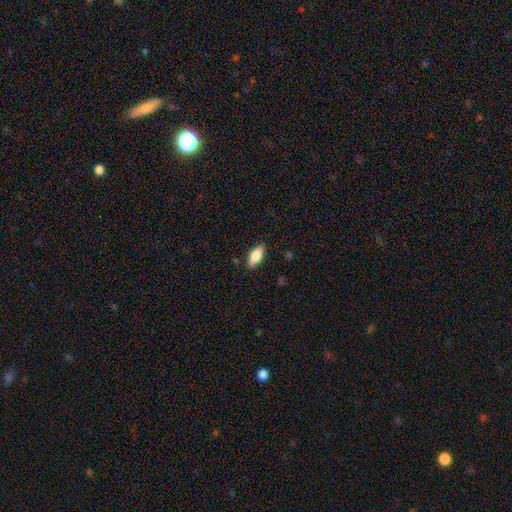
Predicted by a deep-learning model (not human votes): Q: Smooth or featured?
A: smooth (78%); runner-up: featured or disk (15%)
Q: How rounded?
A: in between (85%); runner-up: cigar-shaped (12%)
Q: Merging?
A: none (84%); runner-up: minor disturbance (12%)